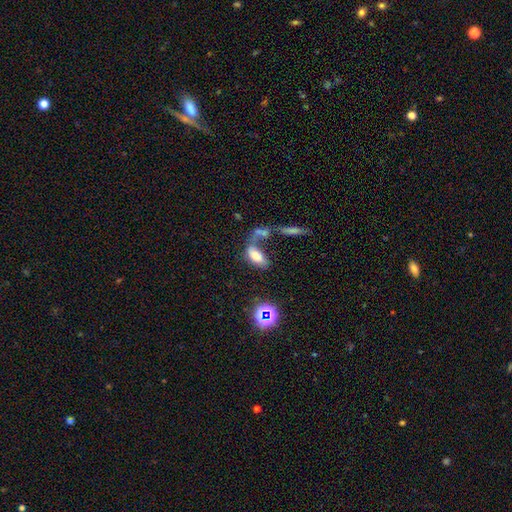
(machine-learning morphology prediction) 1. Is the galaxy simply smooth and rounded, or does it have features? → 69% smooth, 17% featured or disk, 14% star or artifact.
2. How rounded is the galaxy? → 87% in between, 9% cigar-shaped, 4% round.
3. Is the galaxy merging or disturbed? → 39% merger, 33% none, 15% major disturbance, 13% minor disturbance.